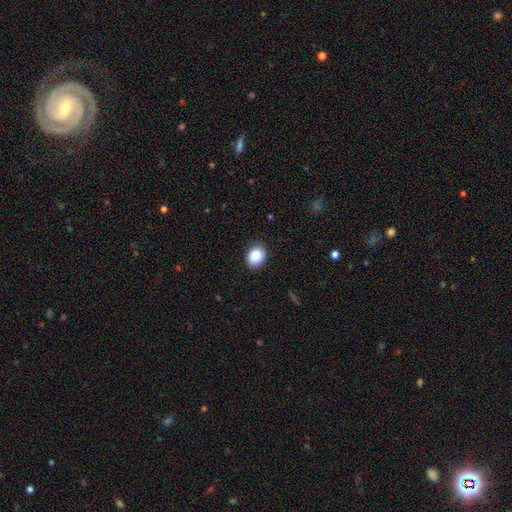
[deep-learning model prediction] A smooth galaxy with no disk features (88%) that is in between round and cigar-shaped (54%). Merging: none (86%).